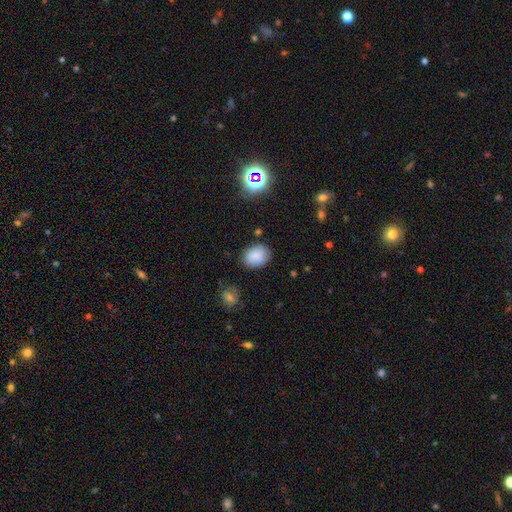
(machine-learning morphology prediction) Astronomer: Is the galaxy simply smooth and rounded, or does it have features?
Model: smooth — 83%.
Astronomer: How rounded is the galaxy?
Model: in between — 63%.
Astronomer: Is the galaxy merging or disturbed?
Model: none — 77%.